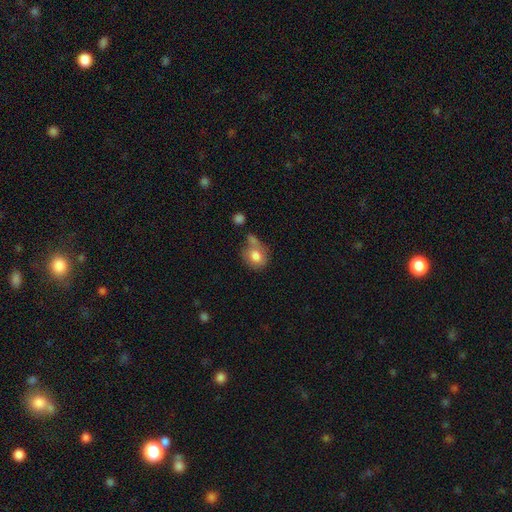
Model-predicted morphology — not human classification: Overall: smooth (78%). How rounded: round (61%; in between 38%). Merging: none (46%; merger 26%).